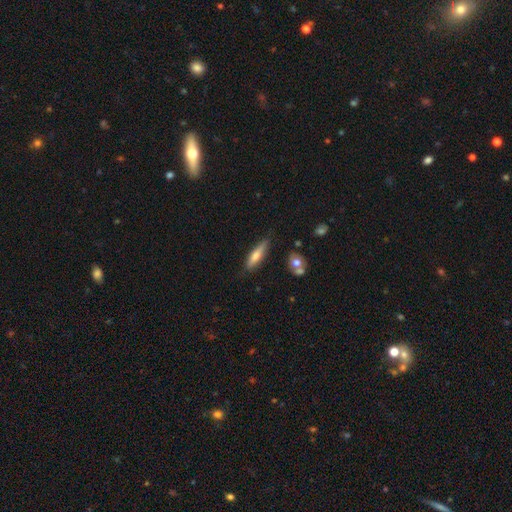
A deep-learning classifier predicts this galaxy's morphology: Smooth or featured? smooth (66%)
How rounded? cigar-shaped (74%)
Merging? none (76%)